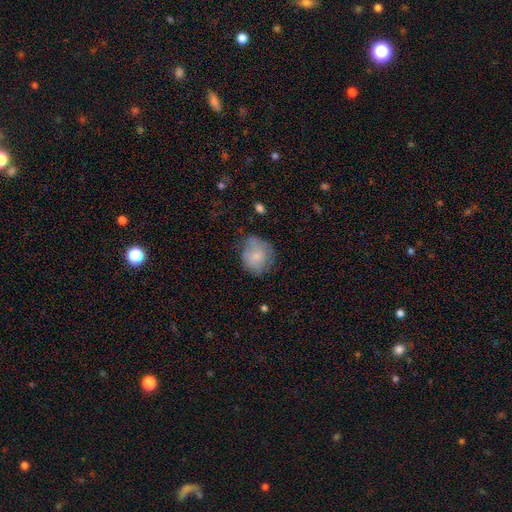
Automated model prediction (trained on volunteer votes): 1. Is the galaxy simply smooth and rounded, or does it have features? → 69% smooth, 24% featured or disk, 7% star or artifact.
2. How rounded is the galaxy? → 75% round, 24% in between, 1% cigar-shaped.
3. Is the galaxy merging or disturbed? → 53% none, 32% minor disturbance, 12% major disturbance, 3% merger.